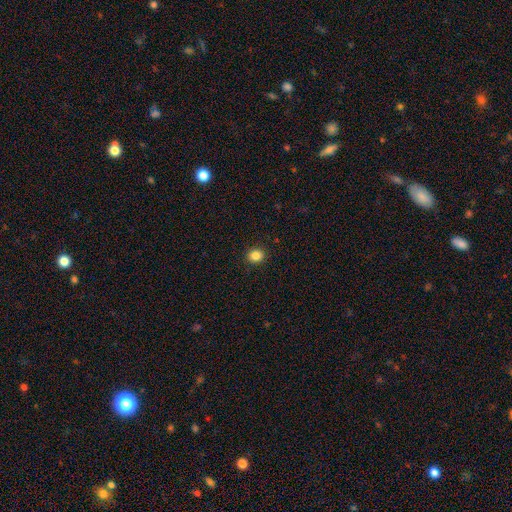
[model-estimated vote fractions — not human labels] The model was most divided on "how rounded": round: 83%, in between: 16%, cigar-shaped: 1%. More confident: merging — none (92%); smooth or featured — smooth (85%).